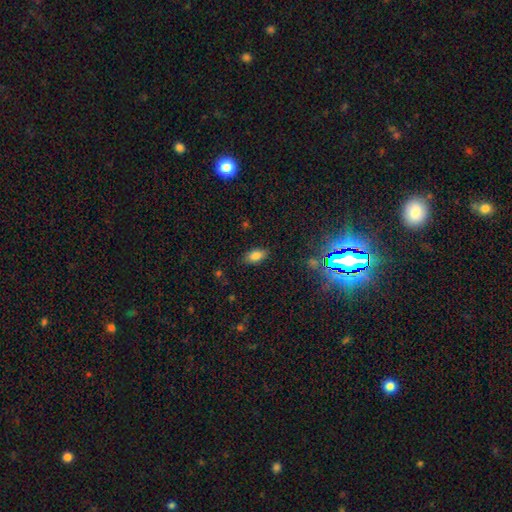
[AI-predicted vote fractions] Q: Smooth or featured?
A: smooth (81%); runner-up: star or artifact (11%)
Q: How rounded?
A: in between (90%); runner-up: cigar-shaped (5%)
Q: Merging?
A: none (86%); runner-up: minor disturbance (10%)